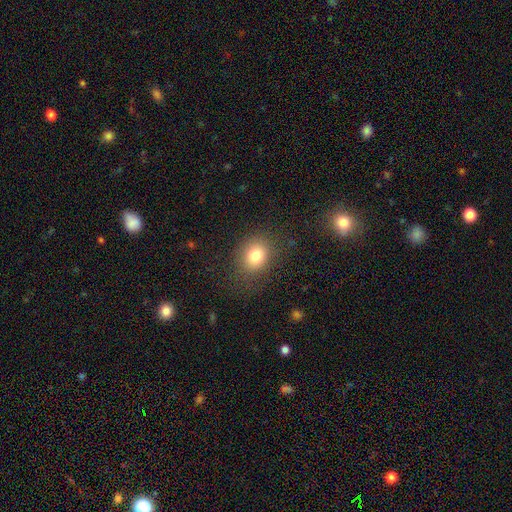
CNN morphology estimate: Smooth or featured?
  - smooth: 79% *
  - star or artifact: 12%
  - featured or disk: 9%
How rounded?
  - round: 63% *
  - in between: 36%
  - cigar-shaped: 1%
Merging?
  - none: 82% *
  - minor disturbance: 11%
  - major disturbance: 6%
  - merger: 1%